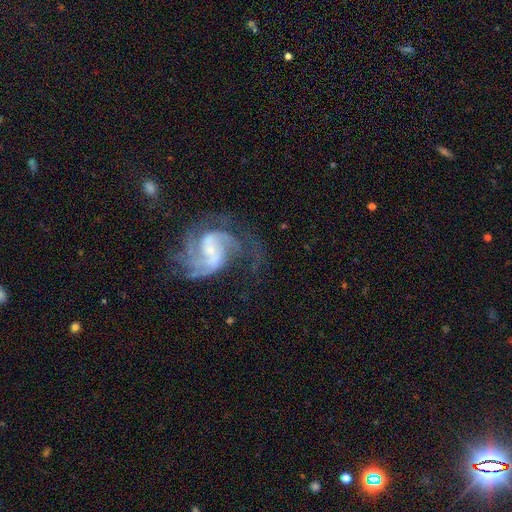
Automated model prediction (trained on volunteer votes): Overall: featured or disk (84%). Edge-on disk: no (98%). Bar: weak (50%; strong 29%). Spiral arms: yes (96%). Spiral arm count: 2 (61%). Spiral winding: medium (51%; tight 25%). Bulge size: small (43%; moderate 26%). Merging: none (57%; major disturbance 22%).